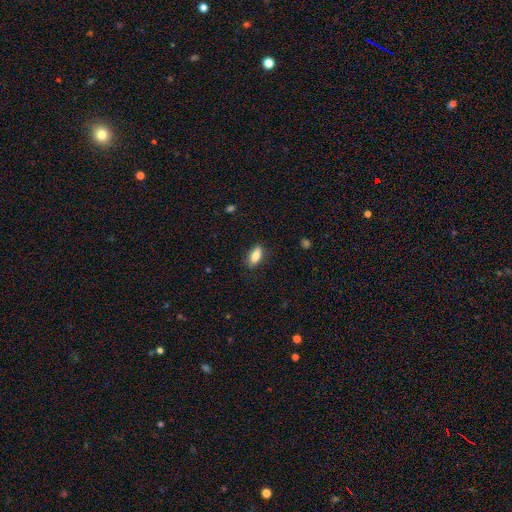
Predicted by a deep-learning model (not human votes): smooth-or-featured: smooth: 81% | featured or disk: 12% | star or artifact: 7%
  how-rounded: in between: 80% | cigar-shaped: 16% | round: 3%
  merging: none: 83% | minor disturbance: 13% | major disturbance: 3% | merger: 1%